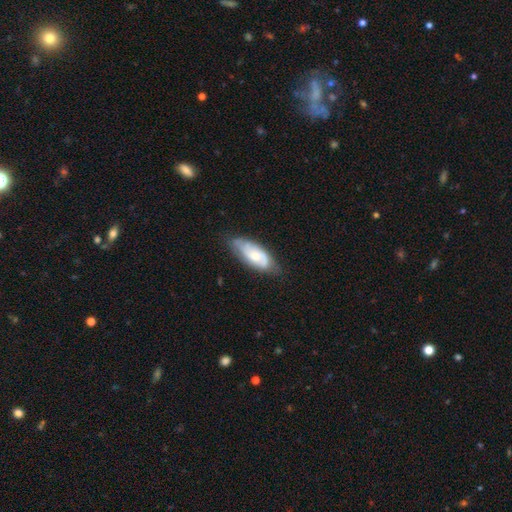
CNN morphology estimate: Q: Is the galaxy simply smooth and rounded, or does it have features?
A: featured or disk — 50%.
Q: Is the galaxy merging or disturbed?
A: none — 65%.